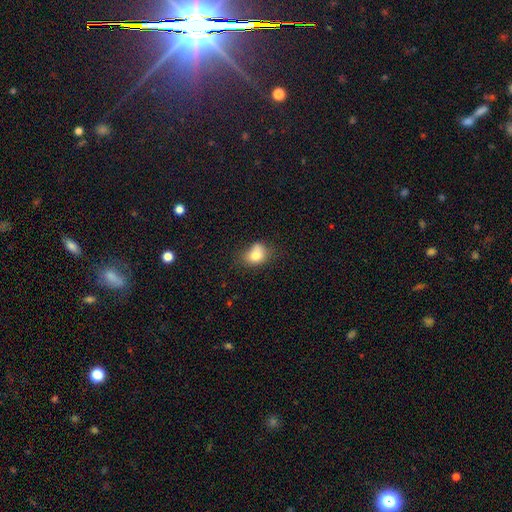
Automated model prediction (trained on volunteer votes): Morphology: type=smooth (78%); roundness=in between (56%); merging=none (47%).